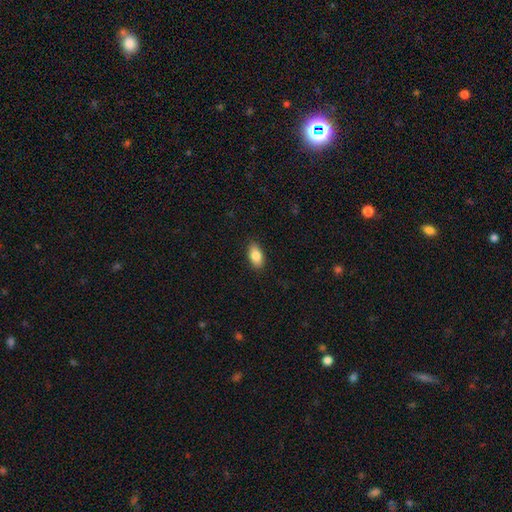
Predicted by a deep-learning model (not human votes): The model was most divided on "smooth or featured": smooth: 85%, featured or disk: 8%, star or artifact: 7%. More confident: how rounded — in between (91%); merging — none (87%).